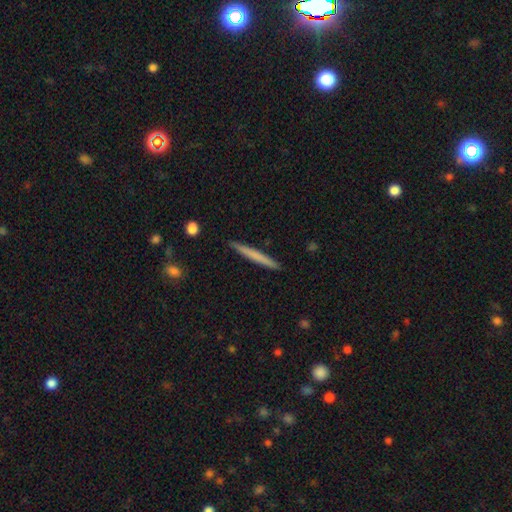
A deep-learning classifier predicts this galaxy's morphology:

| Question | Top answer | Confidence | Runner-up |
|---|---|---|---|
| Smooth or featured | smooth | 66% | featured or disk (29%) |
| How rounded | cigar-shaped | 97% | in between (2%) |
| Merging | none | 91% | minor disturbance (7%) |